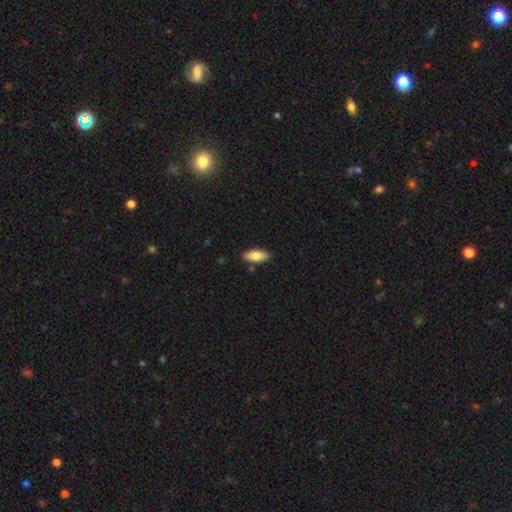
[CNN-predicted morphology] Smooth or featured? smooth (80%)
How rounded? in between (85%)
Merging? none (86%)